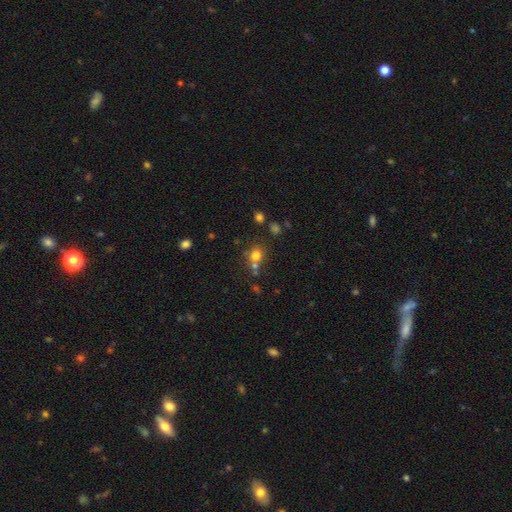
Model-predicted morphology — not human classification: Smooth or featured? Predicted: smooth (p=0.73). How rounded? Predicted: round (p=0.74). Merging? Predicted: none (p=0.54).